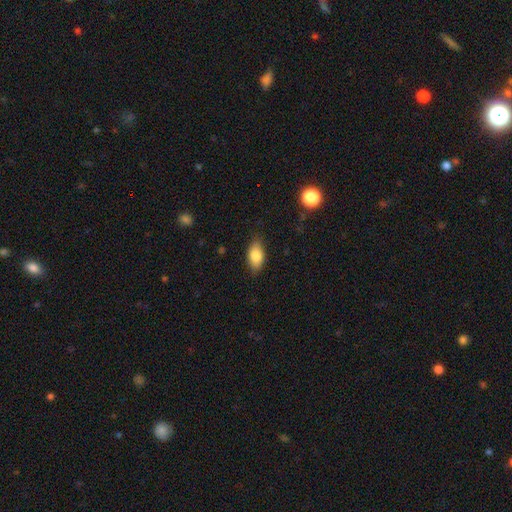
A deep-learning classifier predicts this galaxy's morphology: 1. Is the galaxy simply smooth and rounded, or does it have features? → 83% smooth, 10% featured or disk, 7% star or artifact.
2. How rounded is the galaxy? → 90% in between, 6% round, 5% cigar-shaped.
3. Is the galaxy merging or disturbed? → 82% none, 14% minor disturbance, 3% major disturbance, 1% merger.